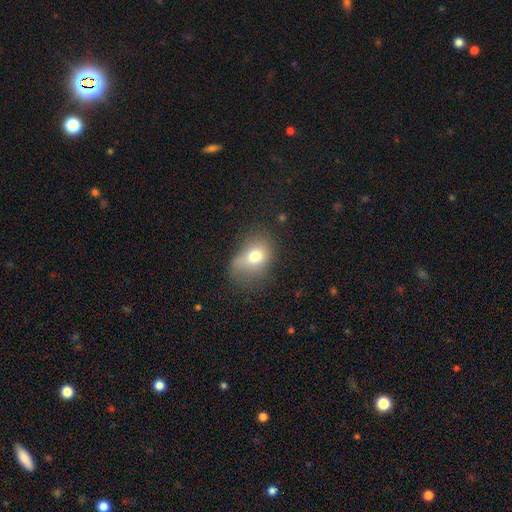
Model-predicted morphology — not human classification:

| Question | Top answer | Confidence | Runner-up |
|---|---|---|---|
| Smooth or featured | smooth | 70% | featured or disk (18%) |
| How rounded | in between | 65% | round (33%) |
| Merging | none | 37% | minor disturbance (34%) |